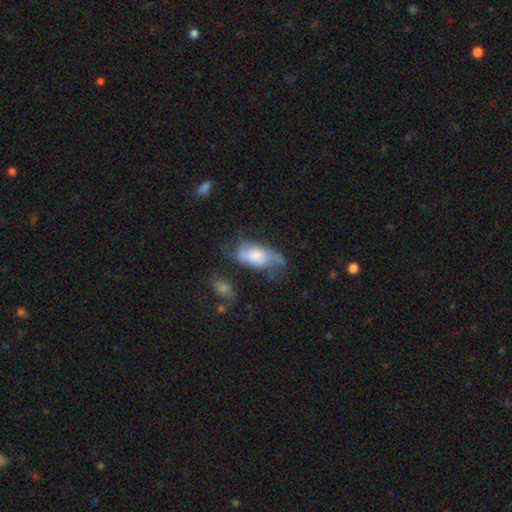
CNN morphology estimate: smooth 46% (tied), featured or disk 46% (tied), star or artifact 8%. Down the decision tree: merging — none (33%).